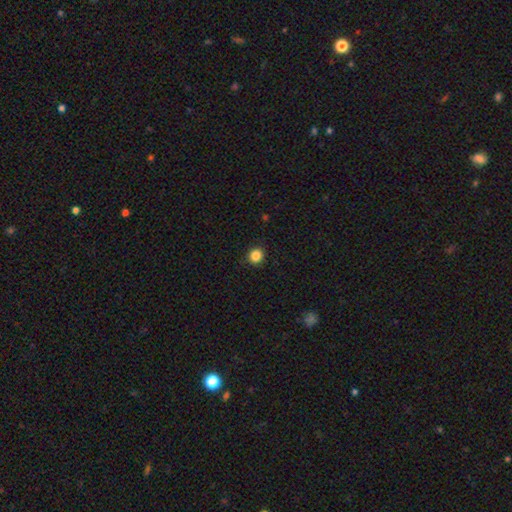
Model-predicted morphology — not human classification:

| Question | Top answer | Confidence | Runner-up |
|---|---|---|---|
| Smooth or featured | smooth | 86% | star or artifact (11%) |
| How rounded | round | 89% | in between (10%) |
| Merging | none | 91% | minor disturbance (6%) |